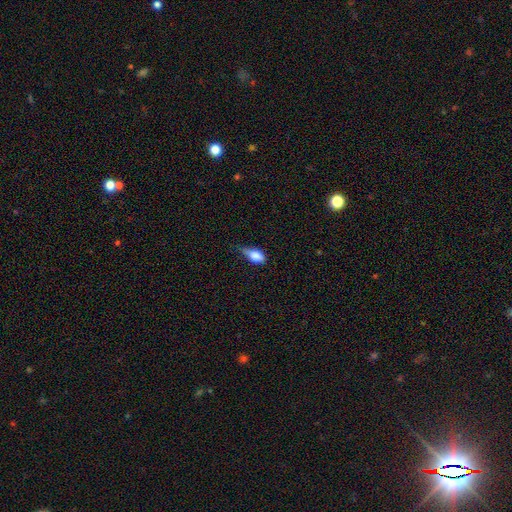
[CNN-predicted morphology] This is likely a smooth galaxy (80%). How rounded: clearly in between (85%). Merging: possibly minor disturbance (49%).